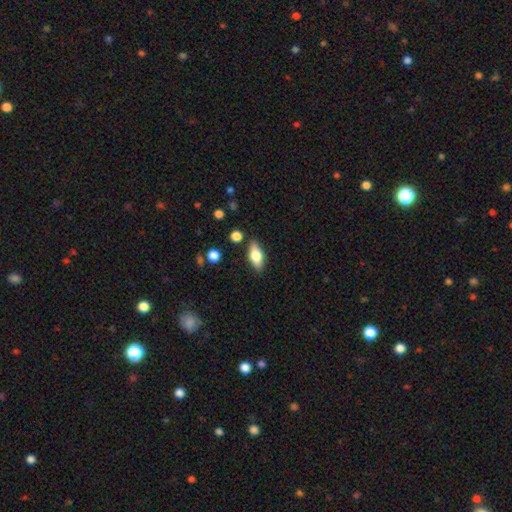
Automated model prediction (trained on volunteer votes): This appears to be a smooth galaxy with no disk features (64%) that is in between round and cigar-shaped (80%). Merging: none (85%).